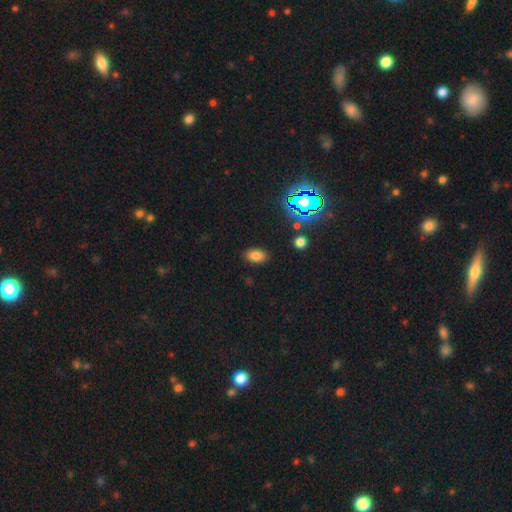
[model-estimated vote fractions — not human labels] Smooth or featured? Predicted: smooth (p=0.78). How rounded? Predicted: in between (p=0.90). Merging? Predicted: none (p=0.86).